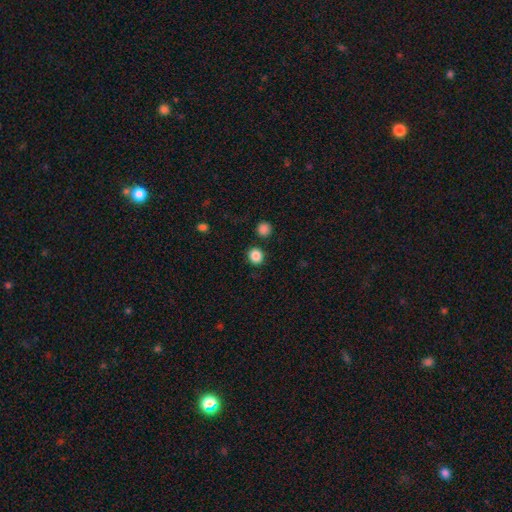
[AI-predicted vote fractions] smooth 87%, star or artifact 10%, featured or disk 3%. Down the decision tree: how rounded — round (85%); merging — none (88%).